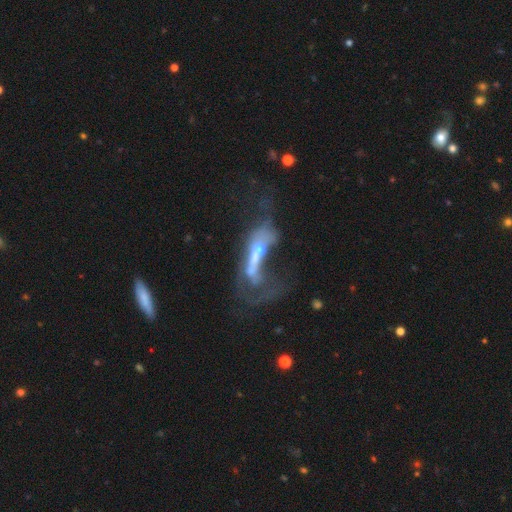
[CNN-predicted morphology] The model was most divided on "merging": merger: 43%, major disturbance: 38%, none: 12%, minor disturbance: 7%. More confident: edge-on disk — no (81%); smooth or featured — featured or disk (57%).